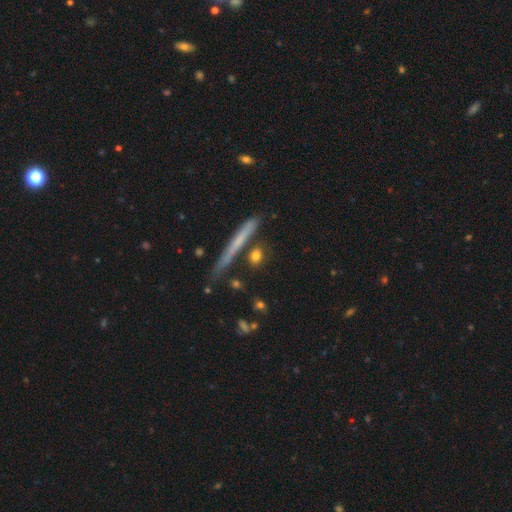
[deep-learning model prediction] Q: Smooth or featured?
A: smooth (73%); runner-up: featured or disk (19%)
Q: How rounded?
A: cigar-shaped (49%); runner-up: round (33%)
Q: Merging?
A: none (76%); runner-up: minor disturbance (12%)